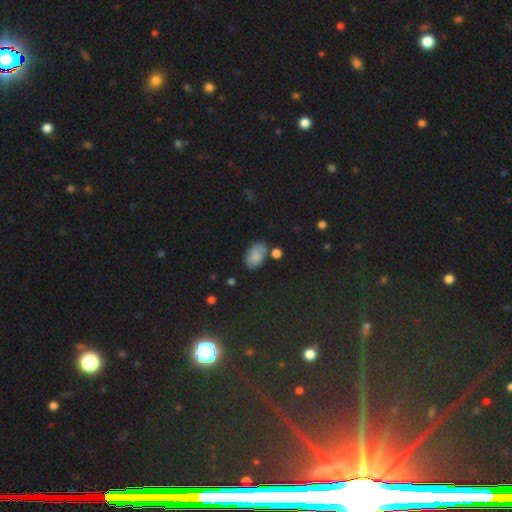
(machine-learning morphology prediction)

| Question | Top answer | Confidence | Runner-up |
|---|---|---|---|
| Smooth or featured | smooth | 79% | star or artifact (11%) |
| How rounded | in between | 90% | round (9%) |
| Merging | none | 60% | minor disturbance (23%) |